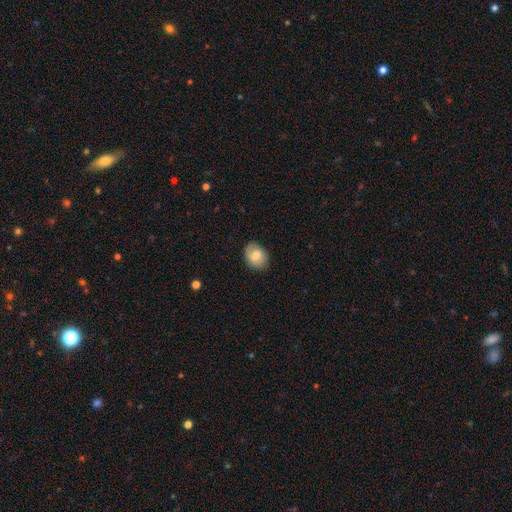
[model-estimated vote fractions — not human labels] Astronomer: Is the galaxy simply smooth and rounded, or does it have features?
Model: smooth — 77%.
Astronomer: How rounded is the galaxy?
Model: in between — 61% (runner-up: round, 38%).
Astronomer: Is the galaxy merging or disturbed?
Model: none — 79%.